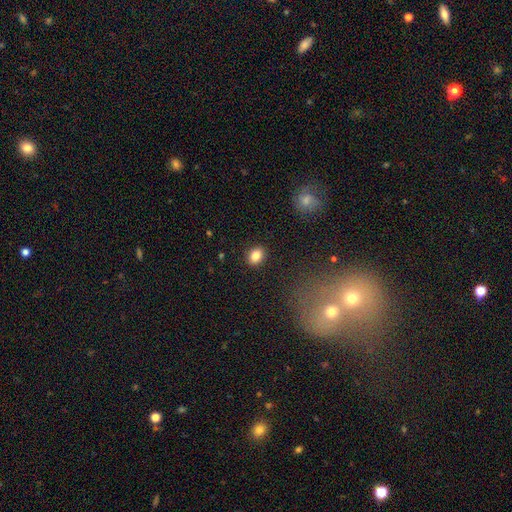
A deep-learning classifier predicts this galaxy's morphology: smooth 83%, star or artifact 10%, featured or disk 7%. Down the decision tree: how rounded — in between (68%); merging — none (89%).